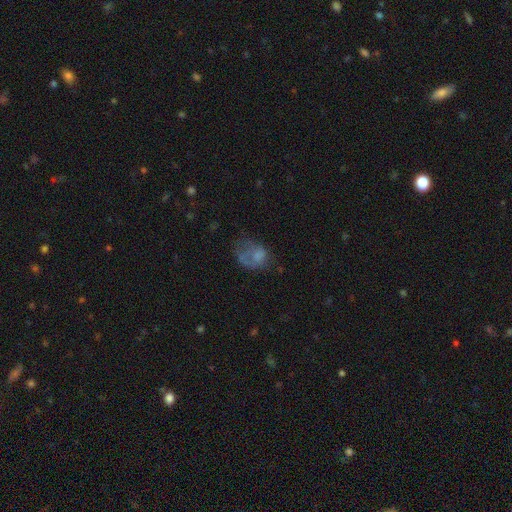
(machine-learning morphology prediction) Smooth or featured: smooth — 53% (featured or disk — 33%)
How rounded: in between — 65% (round — 34%)
Merging: major disturbance — 41% (none — 29%)